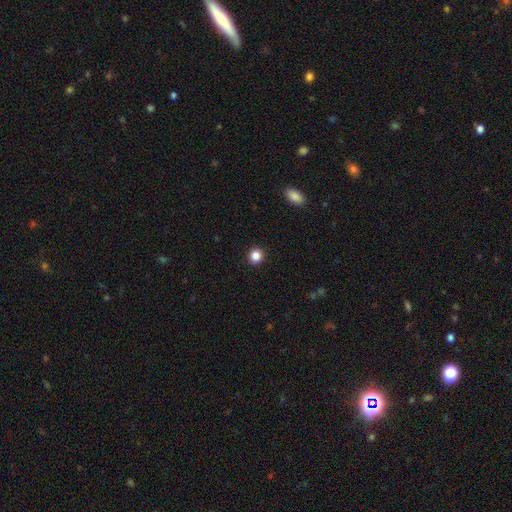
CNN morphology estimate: smooth_or_featured: smooth (p=0.85) [alt: star or artifact p=0.11]
how_rounded: round (p=0.86) [alt: in between p=0.14]
merging: none (p=0.92) [alt: minor disturbance p=0.05]